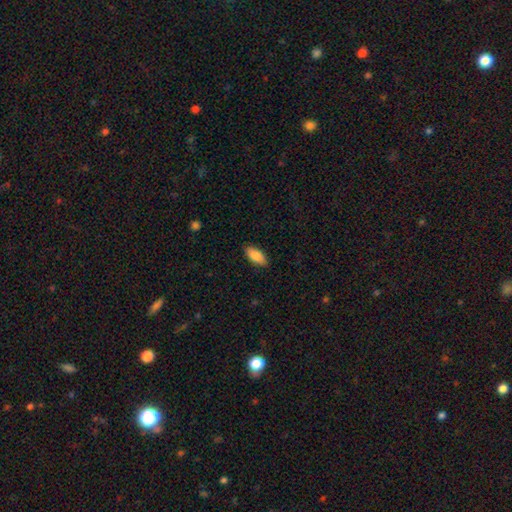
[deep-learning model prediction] Q: Smooth or featured?
A: smooth (88%); runner-up: star or artifact (6%)
Q: How rounded?
A: in between (89%); runner-up: cigar-shaped (9%)
Q: Merging?
A: none (87%); runner-up: minor disturbance (10%)